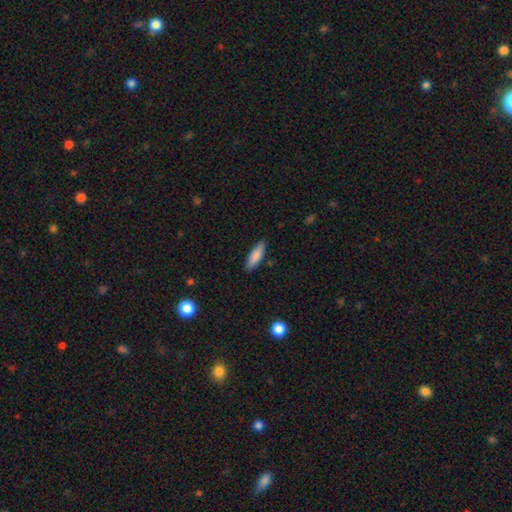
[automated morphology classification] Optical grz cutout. It shows a smooth galaxy with no disk features (84%) that is cigar-shaped (54%). Merging: none (86%).